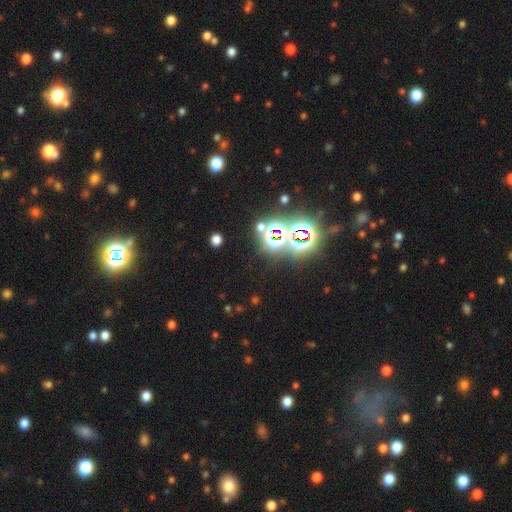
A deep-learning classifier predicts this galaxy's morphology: A star or artifact, not a galaxy (74%).